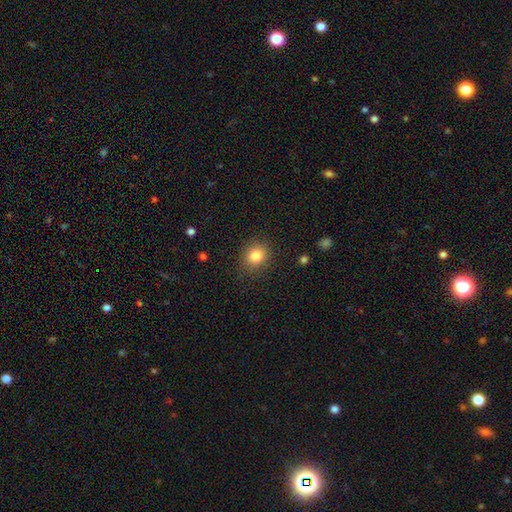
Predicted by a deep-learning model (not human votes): Q: Smooth or featured?
A: smooth (83%); runner-up: star or artifact (11%)
Q: How rounded?
A: round (81%); runner-up: in between (18%)
Q: Merging?
A: none (86%); runner-up: minor disturbance (9%)